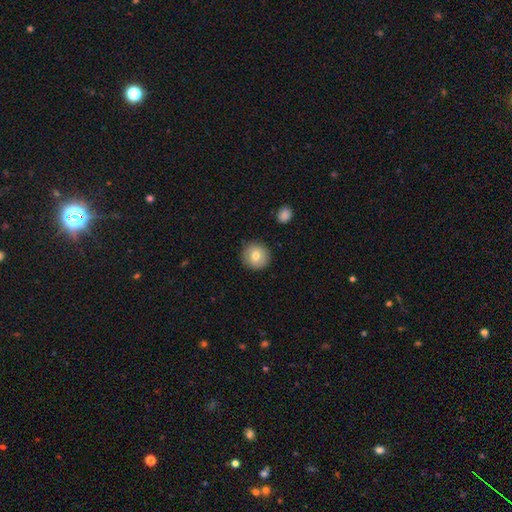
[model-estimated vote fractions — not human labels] smooth_or_featured: smooth (p=0.74) [alt: featured or disk p=0.17]
how_rounded: round (p=0.93) [alt: in between p=0.06]
merging: none (p=0.88) [alt: minor disturbance p=0.08]